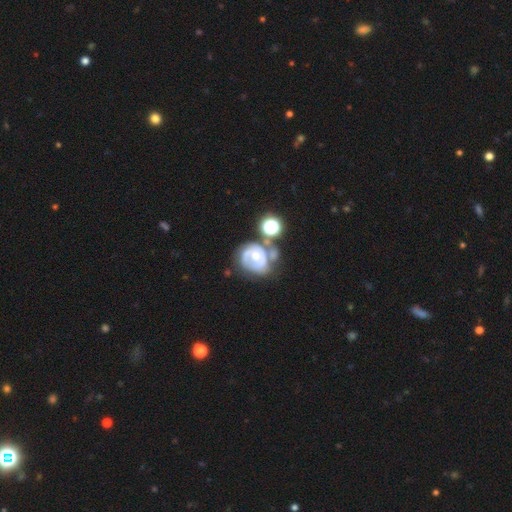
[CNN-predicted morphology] The model was most divided on "merging": none: 47%, merger: 21%, minor disturbance: 20%, major disturbance: 12%. More confident: edge-on disk — no (97%); bar — no (74%); smooth or featured — featured or disk (70%); spiral arms — yes (68%); bulge size — moderate (64%).